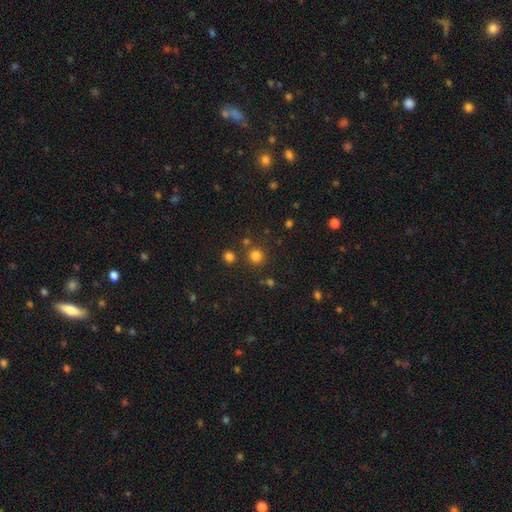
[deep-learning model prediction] The model was most divided on "smooth or featured": smooth: 79%, star or artifact: 17%, featured or disk: 5%. More confident: how rounded — round (92%); merging — none (81%).